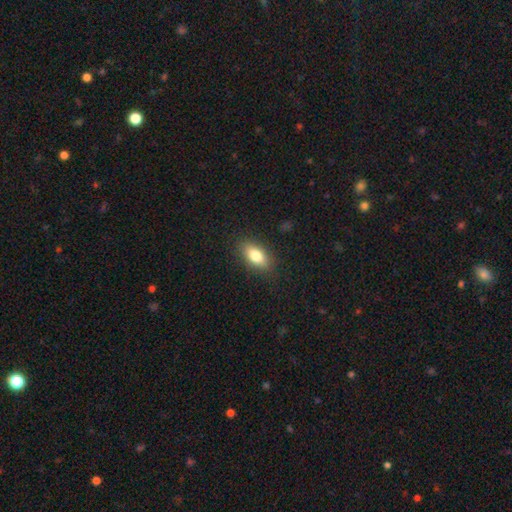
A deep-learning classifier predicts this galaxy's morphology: This appears to be a smooth galaxy with no disk features (79%) that is in between round and cigar-shaped (86%). Merging: none (87%).